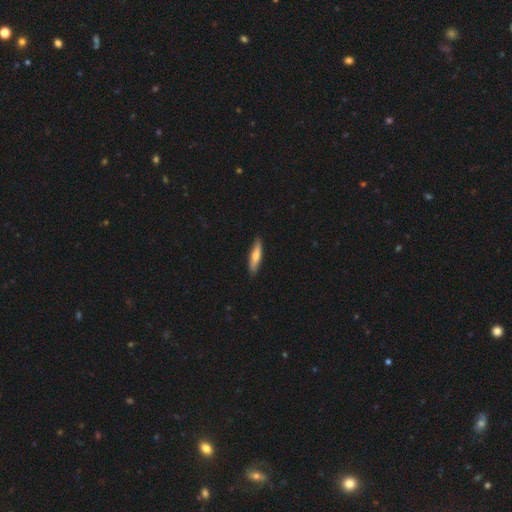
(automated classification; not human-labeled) Overall: smooth (60%; featured or disk 34%). How rounded: cigar-shaped (78%). Merging: none (89%).